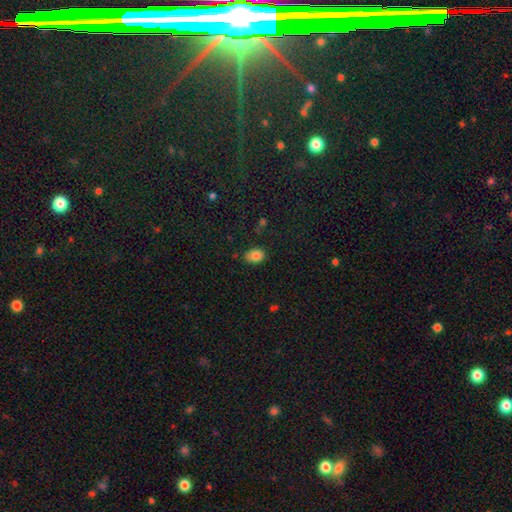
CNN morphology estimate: Overall: smooth (84%). How rounded: in between (73%). Merging: none (80%).